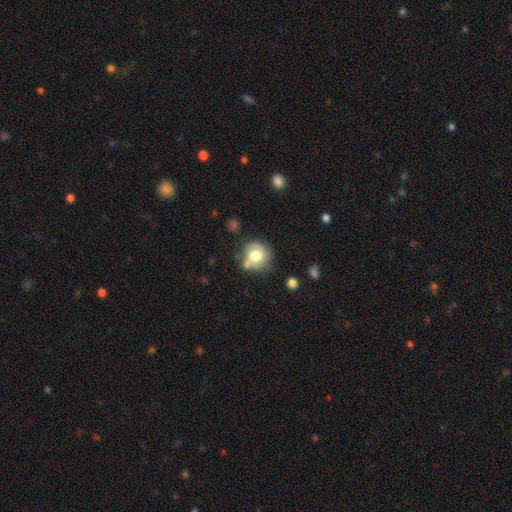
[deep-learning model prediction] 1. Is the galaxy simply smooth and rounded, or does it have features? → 64% smooth, 27% featured or disk, 8% star or artifact.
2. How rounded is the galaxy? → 85% round, 14% in between, 1% cigar-shaped.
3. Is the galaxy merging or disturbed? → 55% none, 22% minor disturbance, 16% merger, 8% major disturbance.